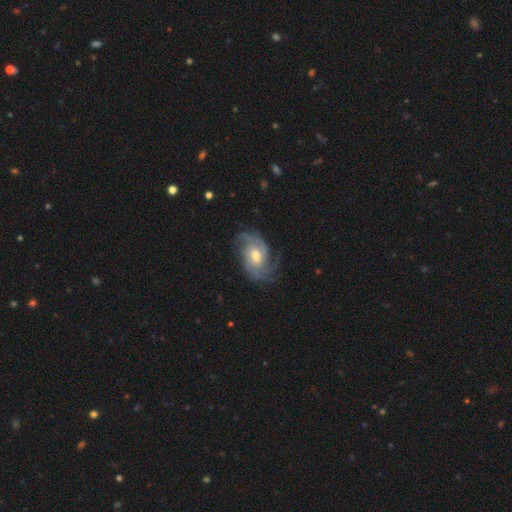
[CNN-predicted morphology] This is clearly a featured or disk galaxy (85%). It is clearly not viewed edge-on (97%). Bar: possibly no (45%, tied with weak). Spiral arm pattern: clearly yes (96%). Spiral arm count: marginally 2 (30%). Spiral winding: marginally tight (44%). Central bulge: likely moderate (69%). Merging: likely none (71%).